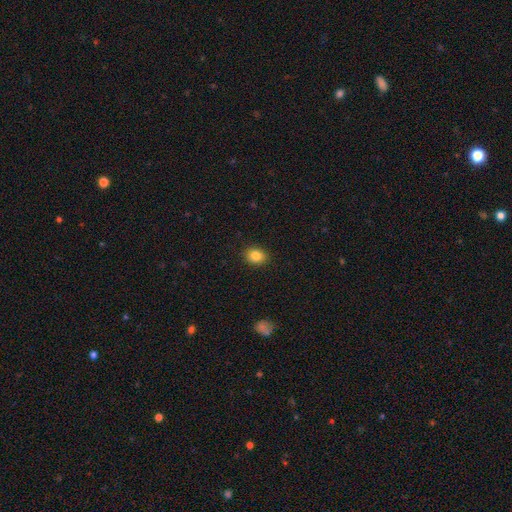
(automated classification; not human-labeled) smooth-or-featured: smooth: 84% | star or artifact: 10% | featured or disk: 6%
  how-rounded: round: 55% | in between: 44% | cigar-shaped: 1%
  merging: none: 90% | minor disturbance: 7% | major disturbance: 2% | merger: 1%